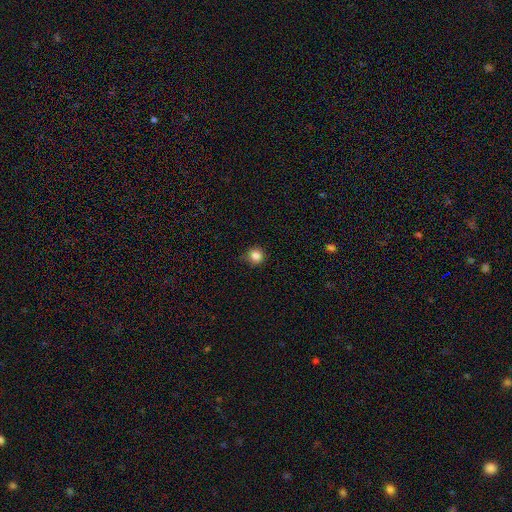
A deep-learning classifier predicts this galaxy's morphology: This is clearly a smooth galaxy (84%). How rounded: clearly round (93%). Merging: clearly none (83%).